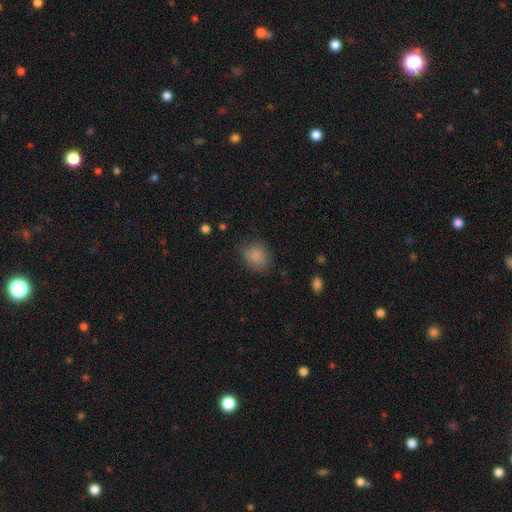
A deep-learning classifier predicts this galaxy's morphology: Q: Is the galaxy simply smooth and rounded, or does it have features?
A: smooth — 85%.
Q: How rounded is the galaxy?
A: round — 58%.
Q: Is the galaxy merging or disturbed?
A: none — 73%.